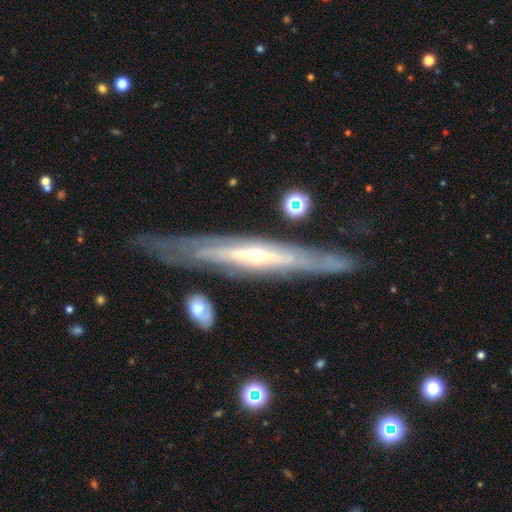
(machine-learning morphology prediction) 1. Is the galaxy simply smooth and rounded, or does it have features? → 83% featured or disk, 11% smooth, 6% star or artifact.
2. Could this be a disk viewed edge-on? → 69% yes, 31% no.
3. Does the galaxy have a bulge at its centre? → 72% rounded, 25% none, 3% boxy.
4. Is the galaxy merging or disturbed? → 77% none, 15% minor disturbance, 5% major disturbance, 3% merger.